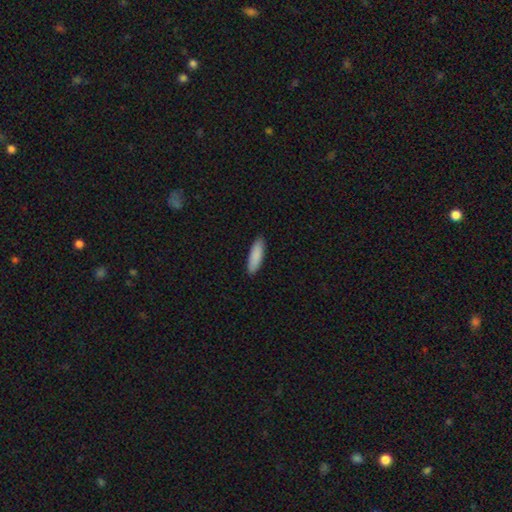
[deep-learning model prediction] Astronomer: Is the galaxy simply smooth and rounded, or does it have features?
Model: smooth — 89%.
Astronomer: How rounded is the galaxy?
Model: cigar-shaped — 50% (runner-up: in between, 48%).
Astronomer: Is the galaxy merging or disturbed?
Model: none — 89%.